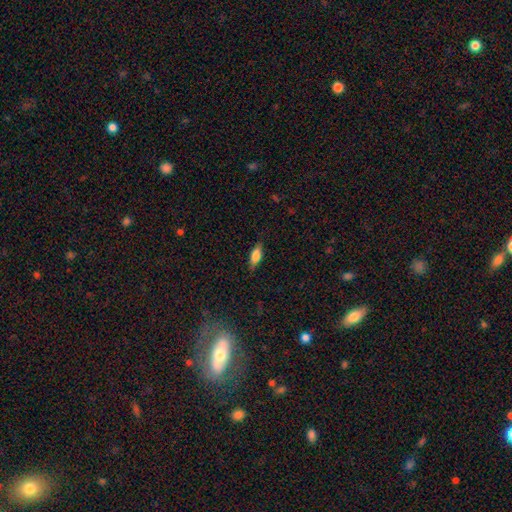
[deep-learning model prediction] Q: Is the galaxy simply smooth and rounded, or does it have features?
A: smooth — 74%.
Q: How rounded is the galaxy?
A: in between — 69%.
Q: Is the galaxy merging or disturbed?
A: none — 83%.